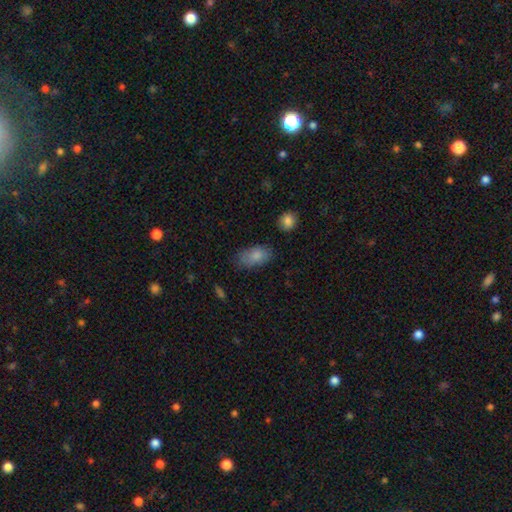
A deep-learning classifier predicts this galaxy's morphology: A smooth galaxy with no disk features (83%) that is in between round and cigar-shaped (92%). Merging: none (70%).